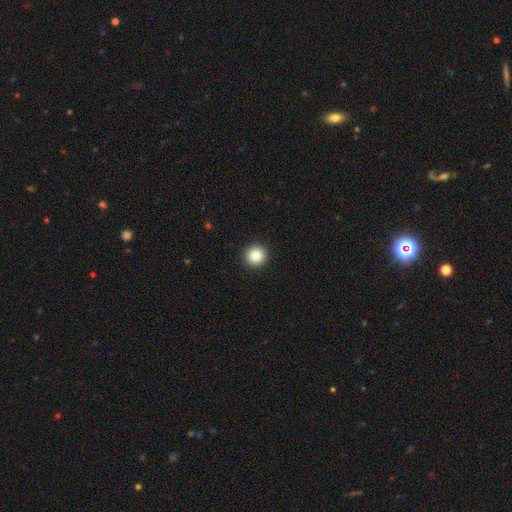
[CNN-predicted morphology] smooth-or-featured: smooth: 85% | star or artifact: 9% | featured or disk: 5%
  how-rounded: round: 94% | in between: 5% | cigar-shaped: 1%
  merging: none: 93% | minor disturbance: 4% | major disturbance: 2% | merger: 1%